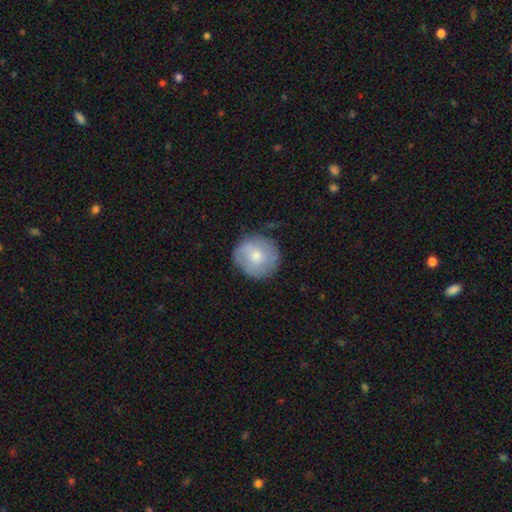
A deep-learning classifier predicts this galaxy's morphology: smooth-or-featured: smooth: 63% | featured or disk: 30% | star or artifact: 7%
  how-rounded: round: 92% | in between: 7% | cigar-shaped: 1%
  merging: none: 78% | minor disturbance: 16% | major disturbance: 5% | merger: 1%